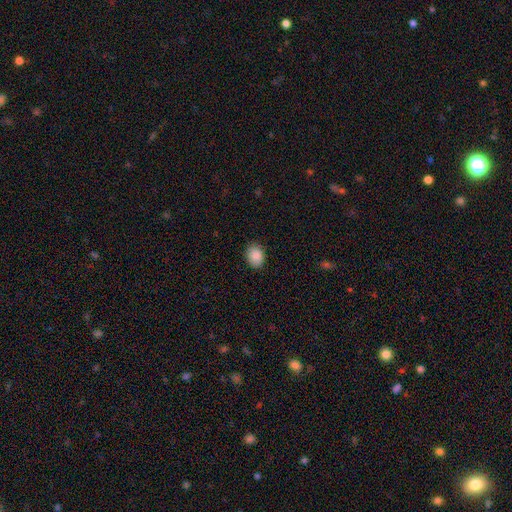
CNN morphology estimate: smooth 87%, star or artifact 8%, featured or disk 5%. Down the decision tree: how rounded — in between (60%); merging — none (87%).